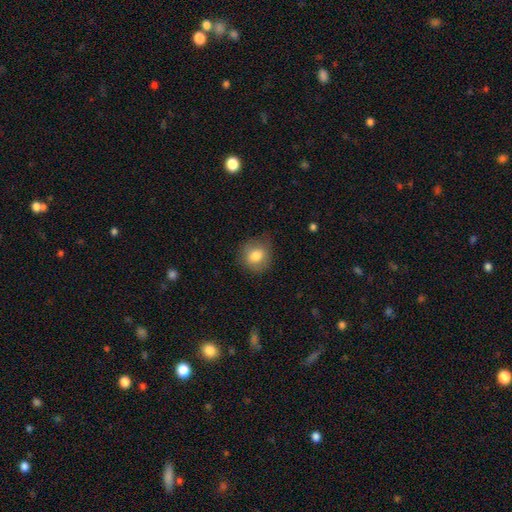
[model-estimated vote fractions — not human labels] The model was most divided on "merging": none: 77%, minor disturbance: 17%, major disturbance: 5%, merger: 1%. More confident: how rounded — round (80%); smooth or featured — smooth (80%).